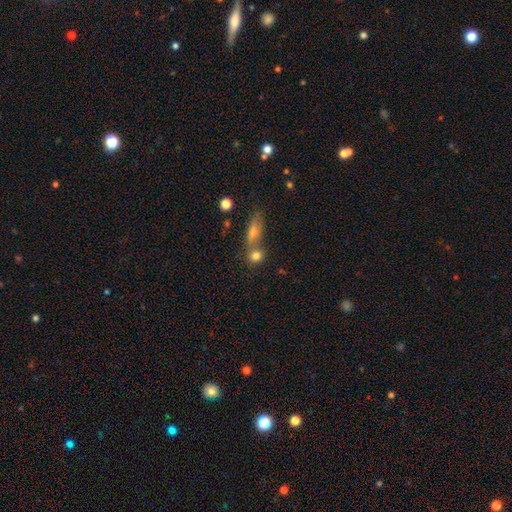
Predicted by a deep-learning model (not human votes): Q: Smooth or featured?
A: smooth (80%); runner-up: star or artifact (10%)
Q: How rounded?
A: round (68%); runner-up: in between (26%)
Q: Merging?
A: none (52%); runner-up: merger (35%)